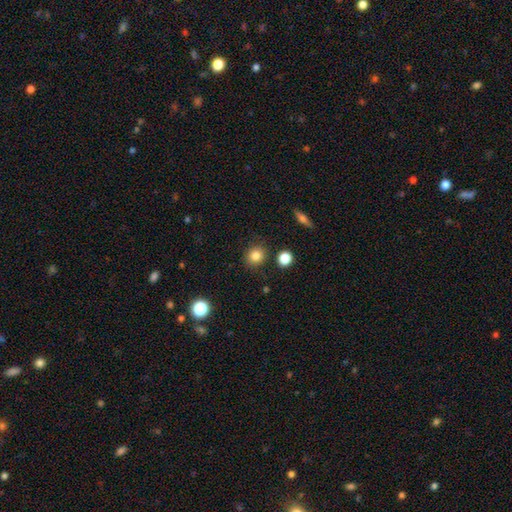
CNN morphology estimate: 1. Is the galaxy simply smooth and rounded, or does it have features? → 84% smooth, 11% star or artifact, 5% featured or disk.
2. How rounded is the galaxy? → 84% round, 15% in between, 1% cigar-shaped.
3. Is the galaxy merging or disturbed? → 86% none, 8% minor disturbance, 3% merger, 2% major disturbance.